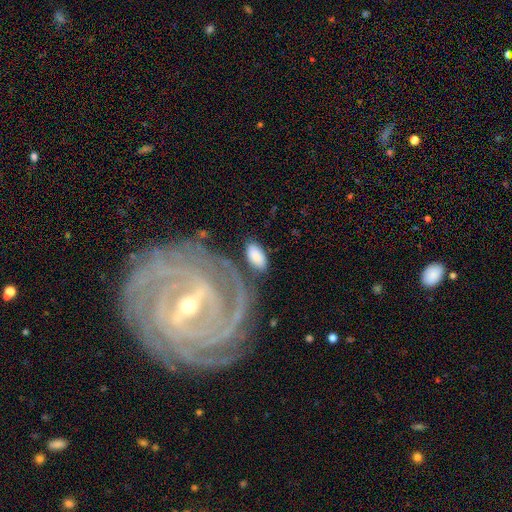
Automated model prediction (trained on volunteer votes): Smooth or featured: smooth — 80% (featured or disk — 14%)
How rounded: in between — 94% (cigar-shaped — 3%)
Merging: none — 66% (minor disturbance — 17%)